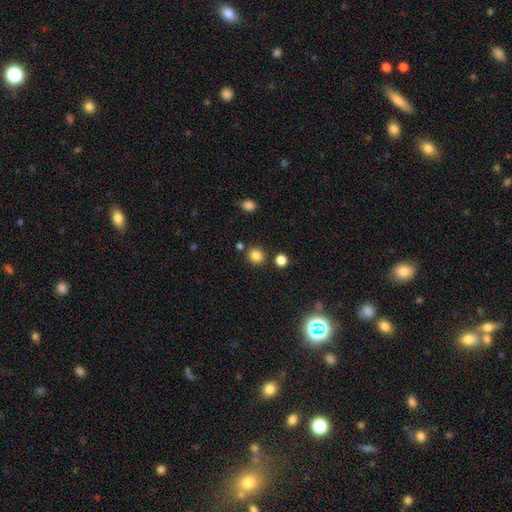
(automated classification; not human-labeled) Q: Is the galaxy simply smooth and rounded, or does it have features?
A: smooth — 83%.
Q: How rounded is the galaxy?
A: round — 86%.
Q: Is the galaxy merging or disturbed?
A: none — 84%.